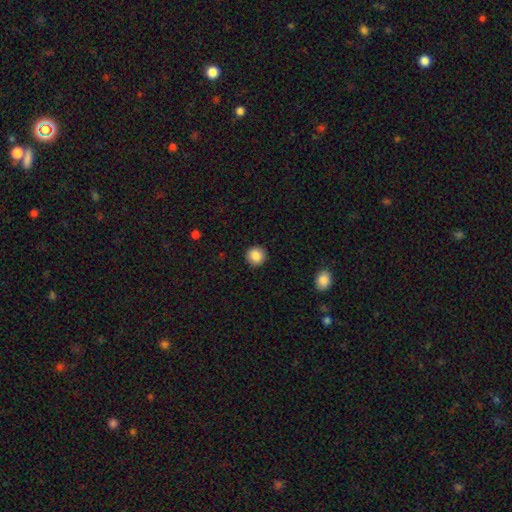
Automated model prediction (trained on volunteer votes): Smooth or featured? Predicted: smooth (p=0.88). How rounded? Predicted: round (p=0.93). Merging? Predicted: none (p=0.92).